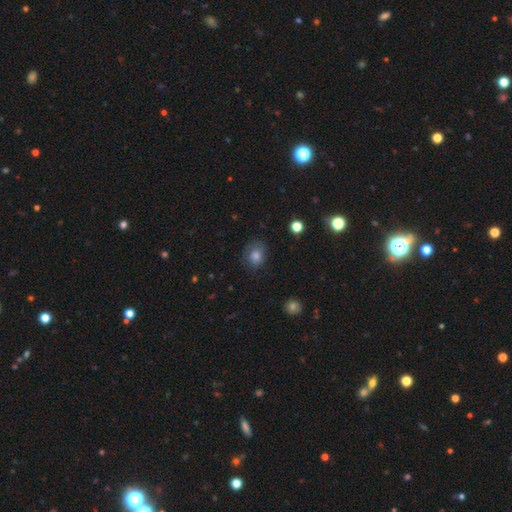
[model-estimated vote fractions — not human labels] smooth-or-featured: smooth: 73% | star or artifact: 15% | featured or disk: 11%
  how-rounded: round: 54% | in between: 45% | cigar-shaped: 1%
  merging: none: 74% | minor disturbance: 19% | major disturbance: 6% | merger: 1%